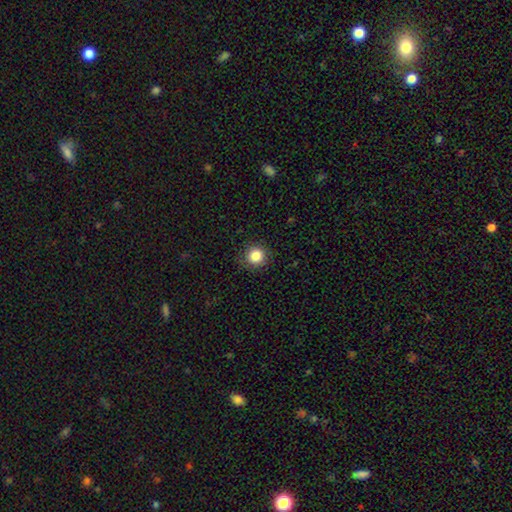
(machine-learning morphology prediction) smooth-or-featured: smooth: 84% | star or artifact: 11% | featured or disk: 5%
  how-rounded: round: 94% | in between: 5% | cigar-shaped: 1%
  merging: none: 89% | minor disturbance: 7% | major disturbance: 2% | merger: 1%